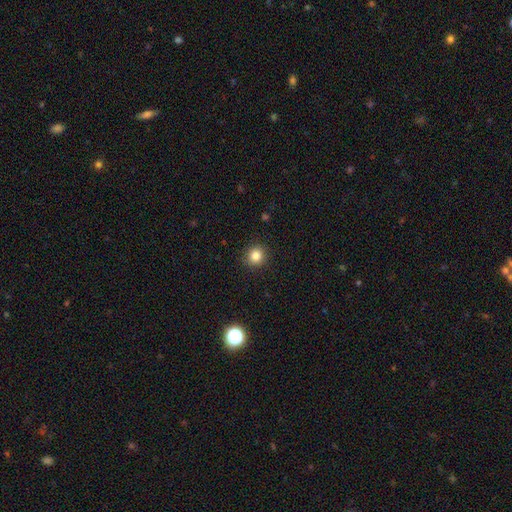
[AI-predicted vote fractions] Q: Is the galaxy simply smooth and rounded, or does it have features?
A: smooth — 84%.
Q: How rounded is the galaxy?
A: round — 89%.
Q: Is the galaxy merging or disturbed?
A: none — 90%.